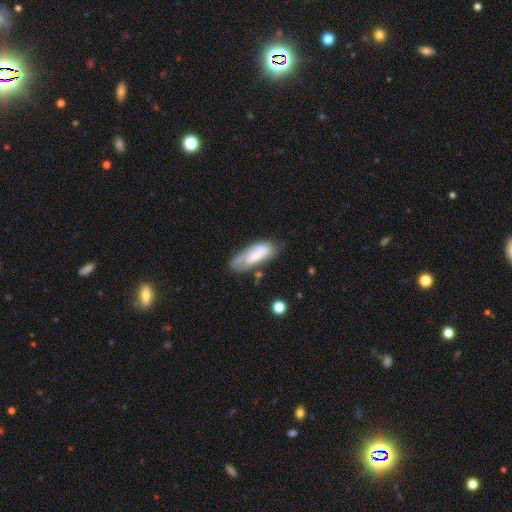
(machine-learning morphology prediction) smooth_or_featured: featured or disk (p=0.52) [alt: smooth p=0.42]
disk_edge_on: no (p=0.88) [alt: yes p=0.12]
merging: none (p=0.56) [alt: minor disturbance p=0.26]